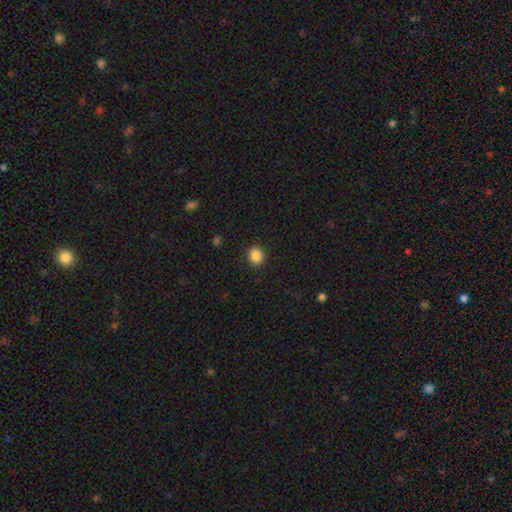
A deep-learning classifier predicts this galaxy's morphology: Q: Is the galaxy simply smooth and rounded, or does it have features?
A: smooth — 87%.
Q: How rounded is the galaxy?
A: round — 75%.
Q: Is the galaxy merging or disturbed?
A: none — 91%.